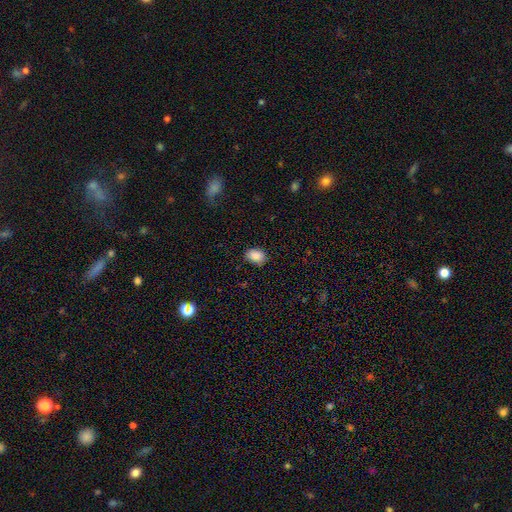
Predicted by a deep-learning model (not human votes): smooth-or-featured: smooth: 88% | star or artifact: 8% | featured or disk: 4%
  how-rounded: in between: 74% | round: 24% | cigar-shaped: 1%
  merging: none: 83% | minor disturbance: 13% | major disturbance: 3% | merger: 1%